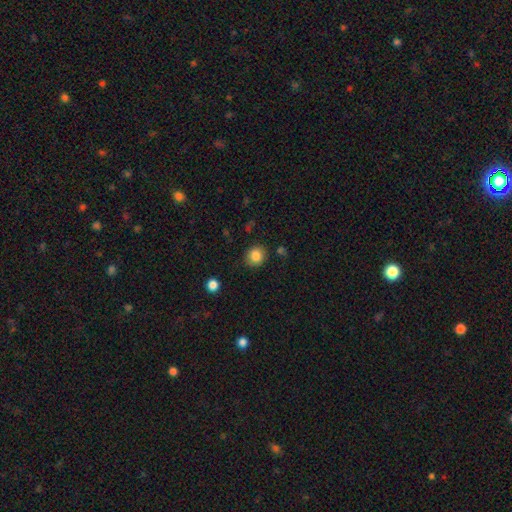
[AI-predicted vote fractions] Smooth or featured: smooth — 85% (star or artifact — 10%)
How rounded: round — 82% (in between — 18%)
Merging: none — 86% (minor disturbance — 9%)